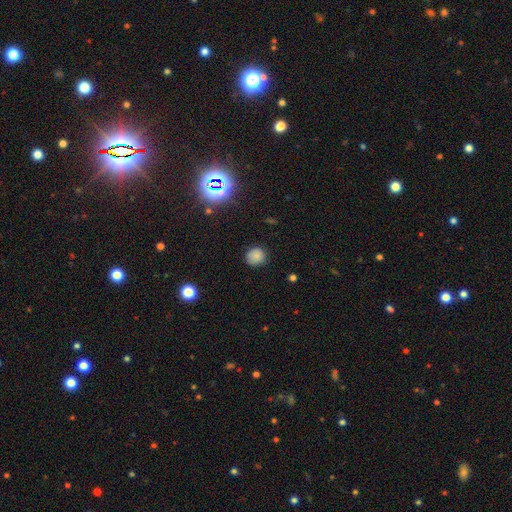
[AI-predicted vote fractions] A smooth galaxy with no disk features (79%) that is round (85%).

Vote fractions:
- Smooth or featured? smooth: 79% / star or artifact: 15% / featured or disk: 6%
- How rounded? round: 85% / in between: 14% / cigar-shaped: 1%
- Merging? none: 82% / minor disturbance: 14% / major disturbance: 3% / merger: 1%